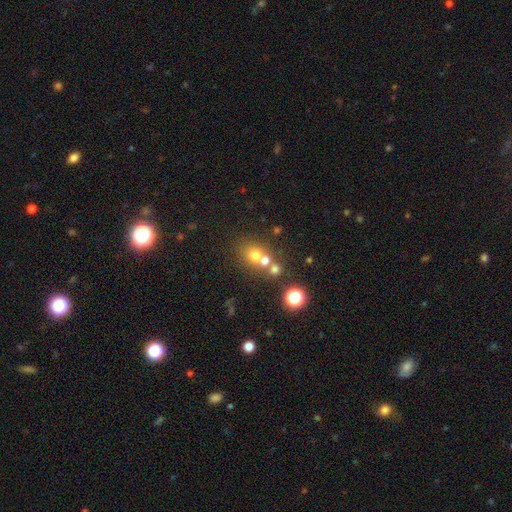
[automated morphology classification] The model was most divided on "merging": none: 46%, merger: 42%, minor disturbance: 8%, major disturbance: 4%. More confident: how rounded — round (73%); smooth or featured — smooth (64%).